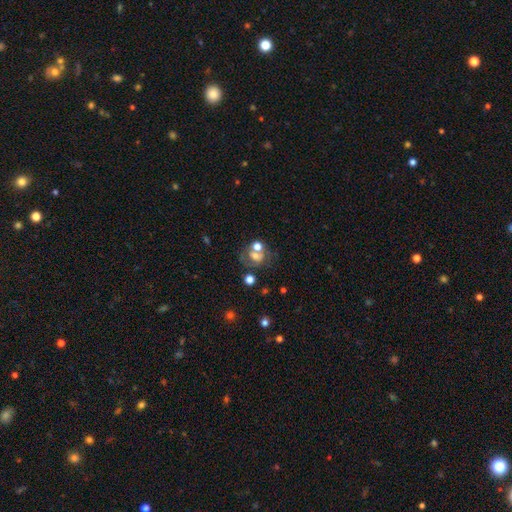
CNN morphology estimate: smooth-or-featured: smooth: 43% | featured or disk: 40% | star or artifact: 17%
  merging: none: 42% | merger: 32% | minor disturbance: 15% | major disturbance: 11%